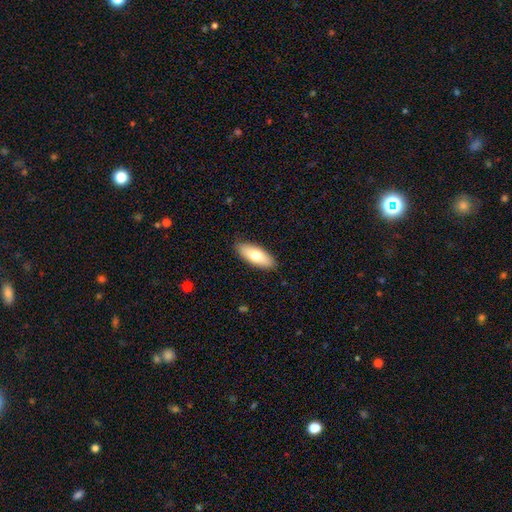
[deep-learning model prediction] Q: Smooth or featured?
A: smooth (70%); runner-up: featured or disk (24%)
Q: How rounded?
A: in between (75%); runner-up: cigar-shaped (22%)
Q: Merging?
A: none (88%); runner-up: minor disturbance (9%)